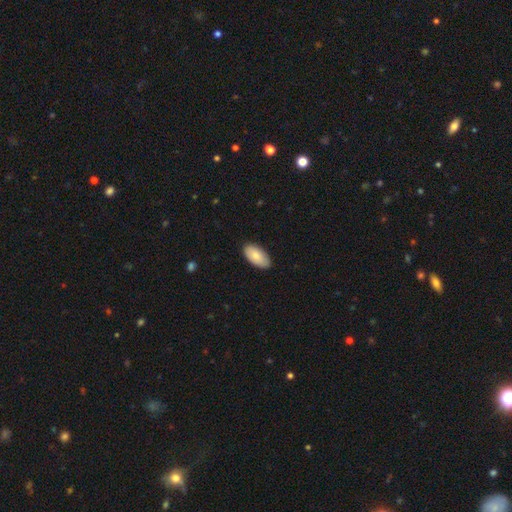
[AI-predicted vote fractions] Morphology: type=smooth (83%); roundness=in between (95%); merging=none (86%).